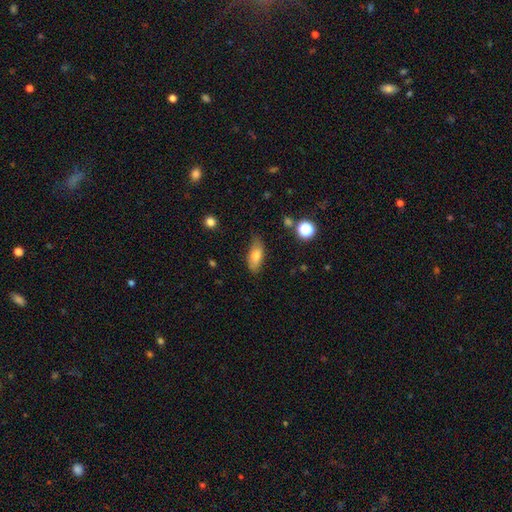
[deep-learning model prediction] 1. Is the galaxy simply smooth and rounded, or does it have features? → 75% smooth, 17% featured or disk, 8% star or artifact.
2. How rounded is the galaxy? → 77% in between, 19% cigar-shaped, 4% round.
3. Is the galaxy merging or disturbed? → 75% none, 20% minor disturbance, 4% major disturbance, 2% merger.